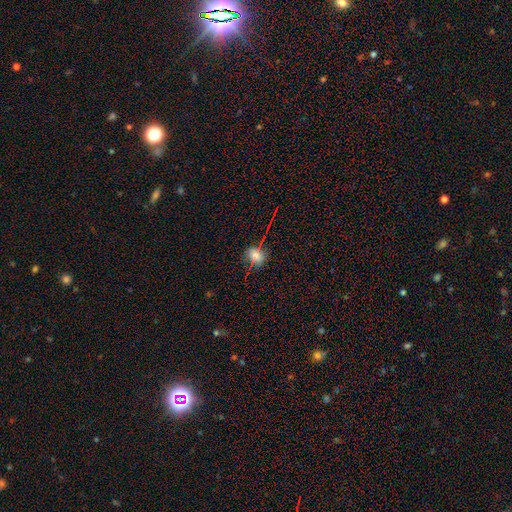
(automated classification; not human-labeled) This is likely a smooth galaxy (64%). How rounded: likely round (62%). Merging: likely none (79%).